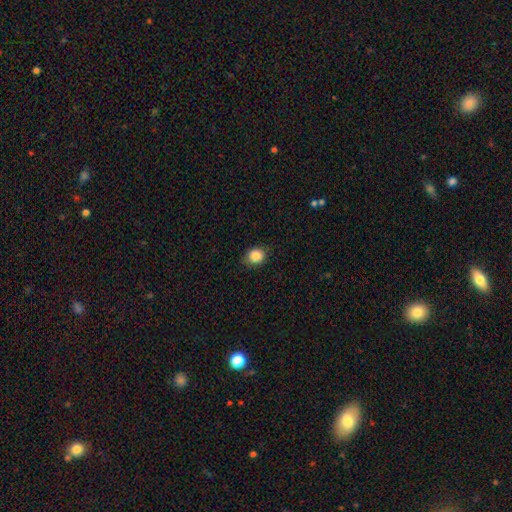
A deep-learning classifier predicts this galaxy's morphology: This is clearly a smooth galaxy (85%). How rounded: likely round (63%). Merging: clearly none (82%).